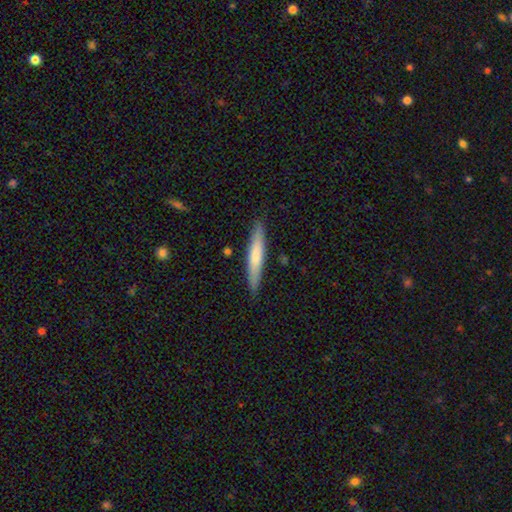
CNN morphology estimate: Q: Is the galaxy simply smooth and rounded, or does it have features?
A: smooth — 66%.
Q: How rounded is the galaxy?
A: cigar-shaped — 93%.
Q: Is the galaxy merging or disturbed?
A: none — 88%.